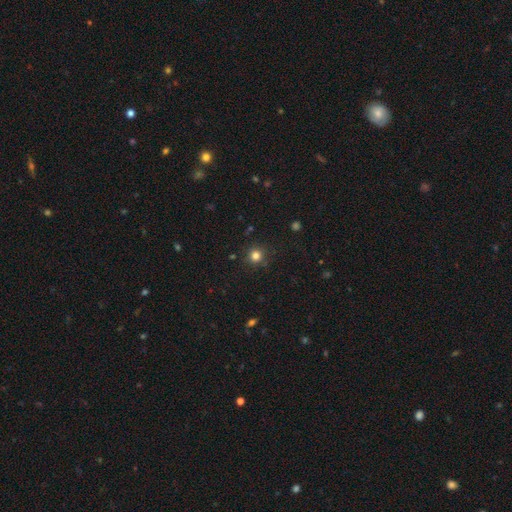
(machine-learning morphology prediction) Q: Smooth or featured?
A: smooth (80%); runner-up: star or artifact (15%)
Q: How rounded?
A: round (94%); runner-up: in between (6%)
Q: Merging?
A: none (88%); runner-up: minor disturbance (8%)